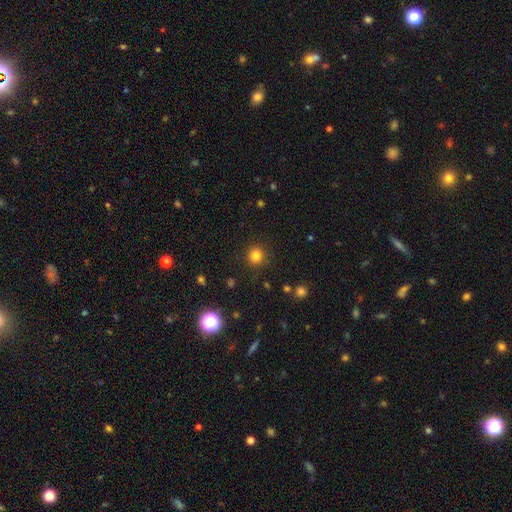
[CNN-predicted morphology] type=smooth (82%); roundness=round (93%); merging=none (90%).